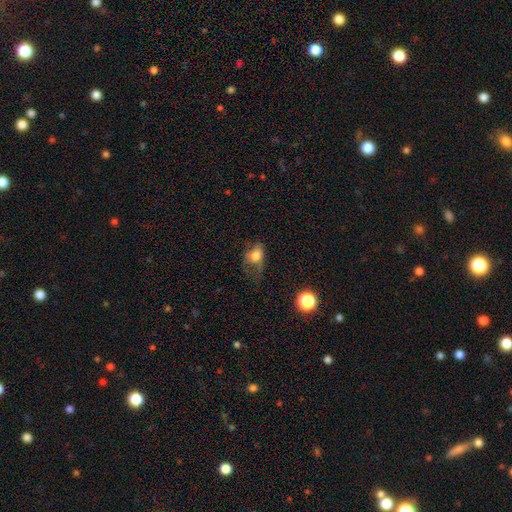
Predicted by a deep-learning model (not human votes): Morphology: type=smooth (67%); roundness=in between (66%); merging=major disturbance (46%).